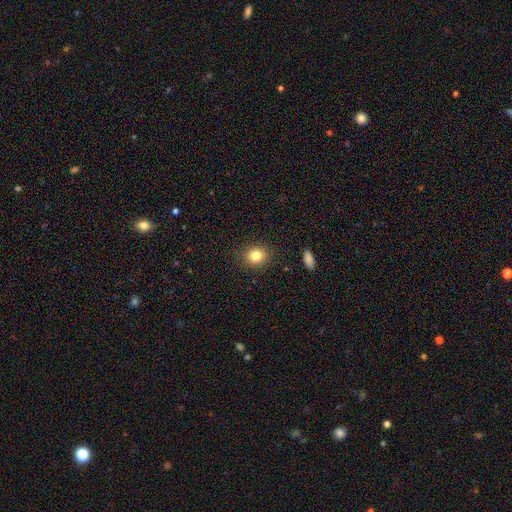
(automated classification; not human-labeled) This is clearly a smooth galaxy (82%). How rounded: likely round (68%). Merging: clearly none (88%).